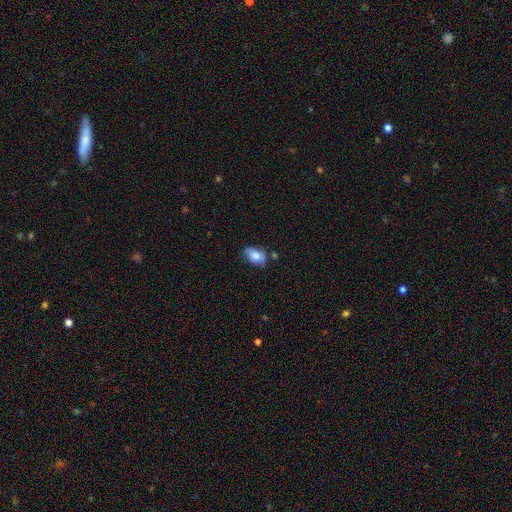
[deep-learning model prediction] Smooth or featured? smooth (74%)
How rounded? in between (87%)
Merging? none (55%)